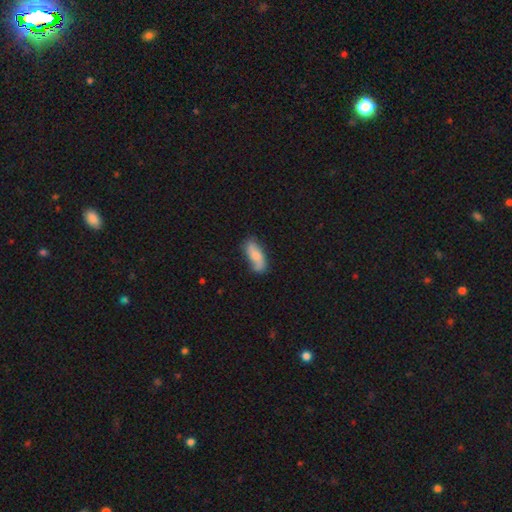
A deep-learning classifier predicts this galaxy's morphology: smooth-or-featured: smooth: 70% | featured or disk: 23% | star or artifact: 7%
  how-rounded: in between: 72% | cigar-shaped: 25% | round: 3%
  merging: none: 67% | minor disturbance: 24% | major disturbance: 5% | merger: 3%